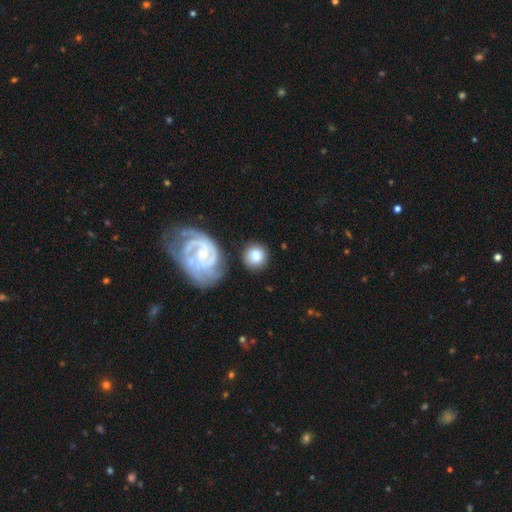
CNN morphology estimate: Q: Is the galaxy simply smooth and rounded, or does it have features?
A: smooth — 70%.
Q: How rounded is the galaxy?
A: round — 89%.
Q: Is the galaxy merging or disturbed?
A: none — 79%.